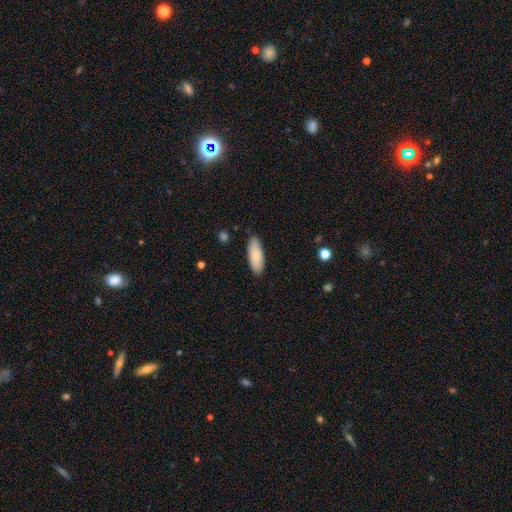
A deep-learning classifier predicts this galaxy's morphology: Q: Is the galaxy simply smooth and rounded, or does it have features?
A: smooth — 83%.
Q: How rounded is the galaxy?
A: in between — 74%.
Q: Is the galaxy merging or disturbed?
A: none — 85%.